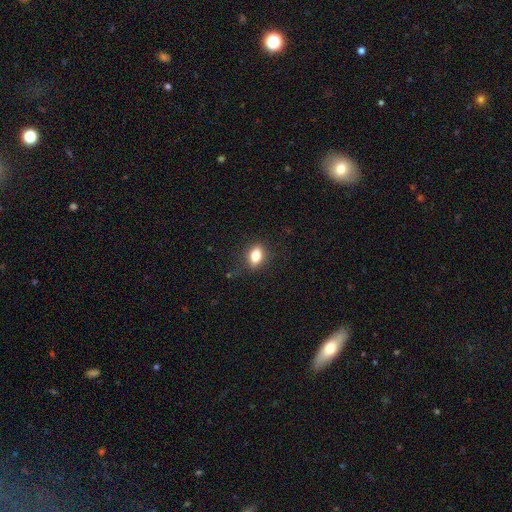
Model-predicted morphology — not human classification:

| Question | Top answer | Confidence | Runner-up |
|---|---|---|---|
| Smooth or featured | smooth | 77% | featured or disk (13%) |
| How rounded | in between | 79% | round (15%) |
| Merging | none | 82% | minor disturbance (13%) |